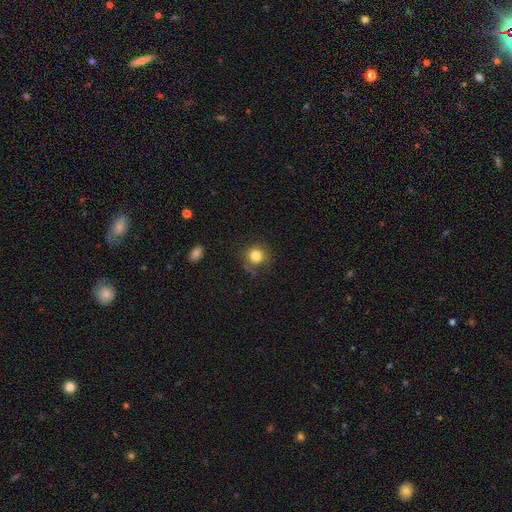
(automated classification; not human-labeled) A smooth galaxy with no disk features (83%) that is round (91%). Merging: none (81%).